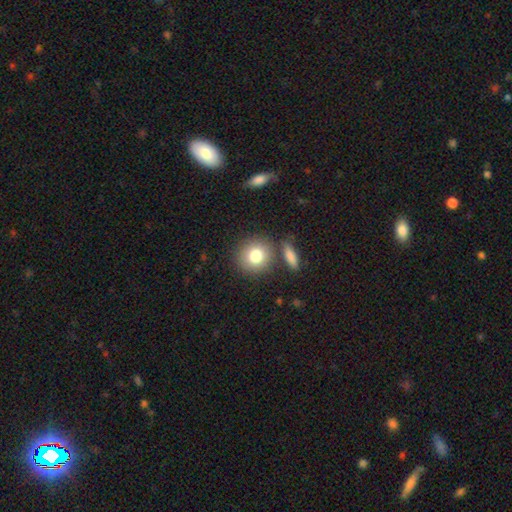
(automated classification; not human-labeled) This appears to be a smooth galaxy with no disk features (80%) that is round (87%). Merging: none (76%).